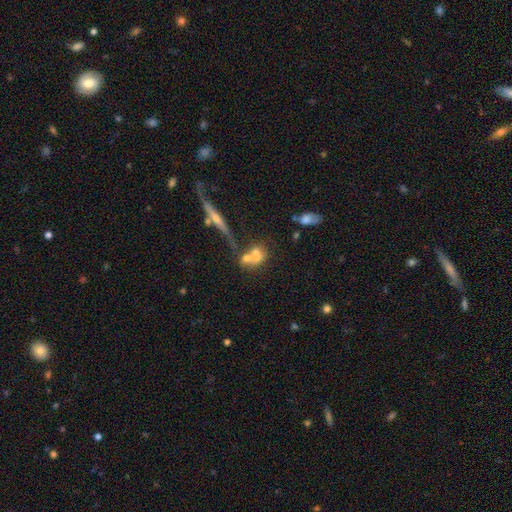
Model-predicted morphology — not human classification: smooth_or_featured: smooth (p=0.55) [alt: featured or disk p=0.31]
how_rounded: in between (p=0.50) [alt: round p=0.43]
merging: merger (p=0.53) [alt: none p=0.28]